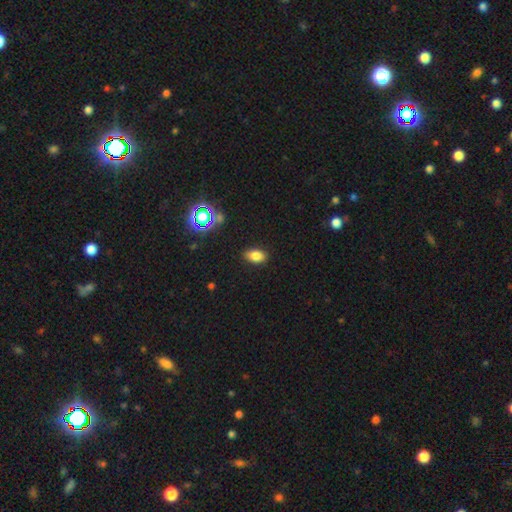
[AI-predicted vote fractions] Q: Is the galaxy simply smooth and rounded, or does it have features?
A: smooth — 80%.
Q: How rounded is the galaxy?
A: in between — 88%.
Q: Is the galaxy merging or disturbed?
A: none — 86%.